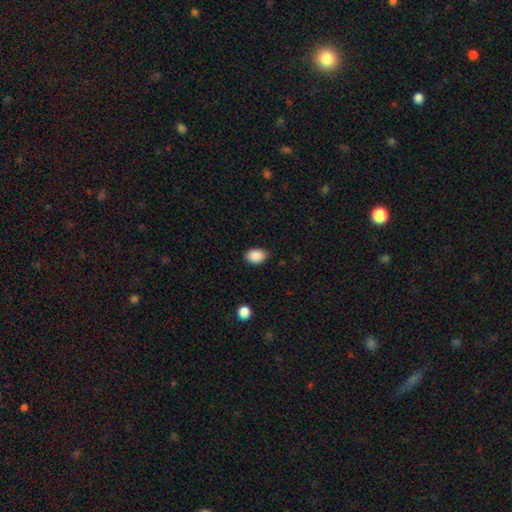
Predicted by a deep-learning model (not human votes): Smooth or featured? smooth (89%)
How rounded? in between (79%)
Merging? none (85%)